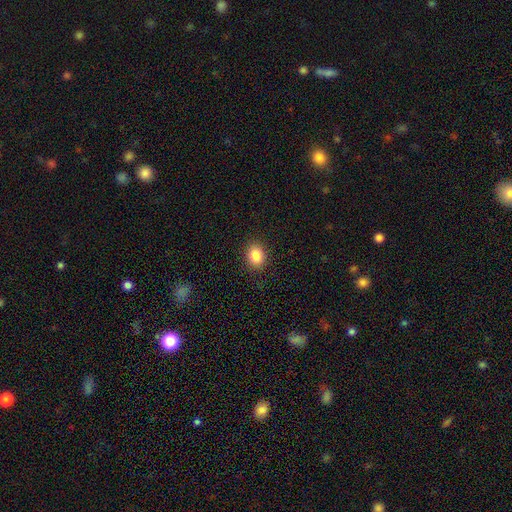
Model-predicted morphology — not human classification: Overall: smooth (86%). How rounded: in between (53%; round 46%). Merging: none (89%).